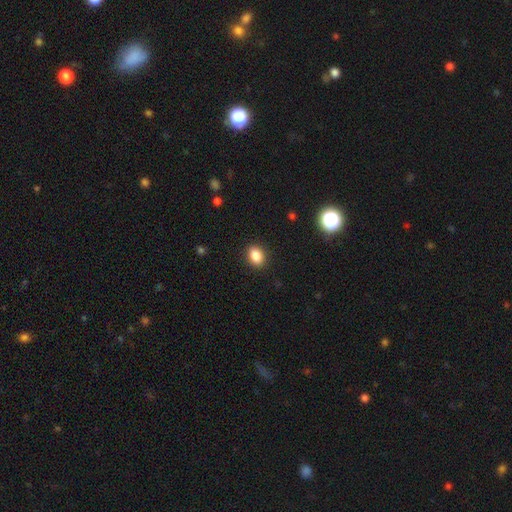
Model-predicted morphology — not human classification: Smooth or featured? Predicted: smooth (p=0.85). How rounded? Predicted: in between (p=0.71). Merging? Predicted: none (p=0.89).